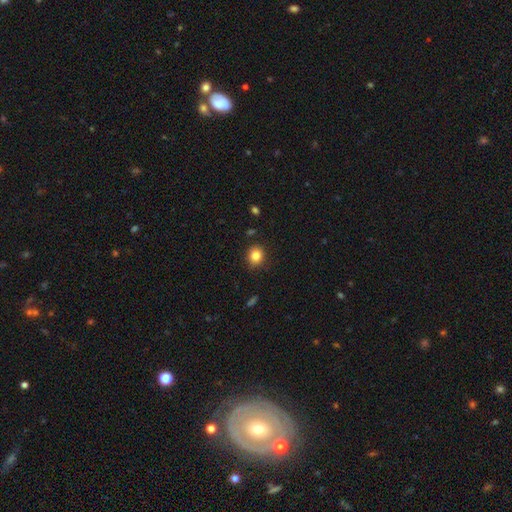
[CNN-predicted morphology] Smooth or featured? smooth (83%)
How rounded? round (78%)
Merging? none (88%)